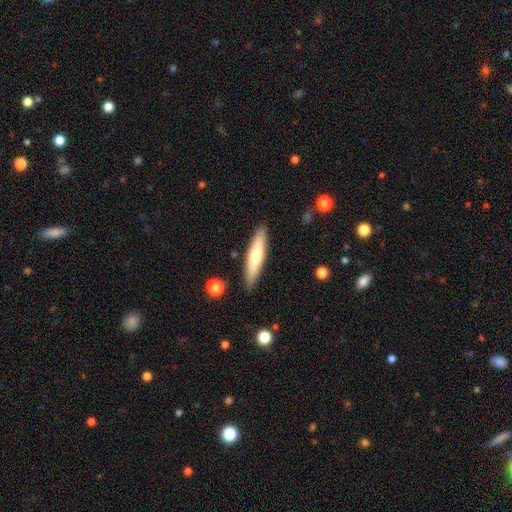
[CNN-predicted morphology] Overall: smooth (59%; featured or disk 36%). How rounded: cigar-shaped (83%). Merging: none (88%).